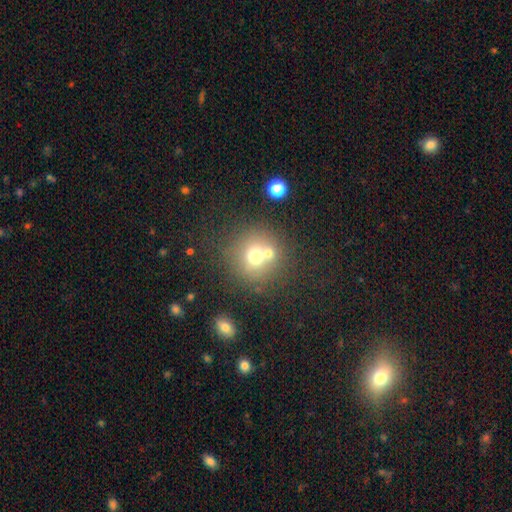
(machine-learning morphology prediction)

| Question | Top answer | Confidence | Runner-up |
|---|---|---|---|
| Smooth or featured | smooth | 67% | featured or disk (18%) |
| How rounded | round | 90% | in between (9%) |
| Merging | none | 53% | merger (35%) |